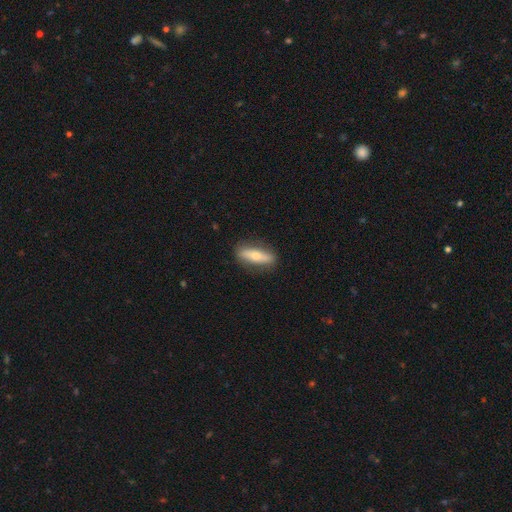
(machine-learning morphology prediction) A smooth galaxy with no disk features (53%) that is cigar-shaped (53%).

Vote fractions:
- Smooth or featured? smooth: 53% / featured or disk: 41% / star or artifact: 6%
- How rounded? cigar-shaped: 53% / in between: 44% / round: 3%
- Merging? none: 85% / minor disturbance: 11% / major disturbance: 3% / merger: 1%